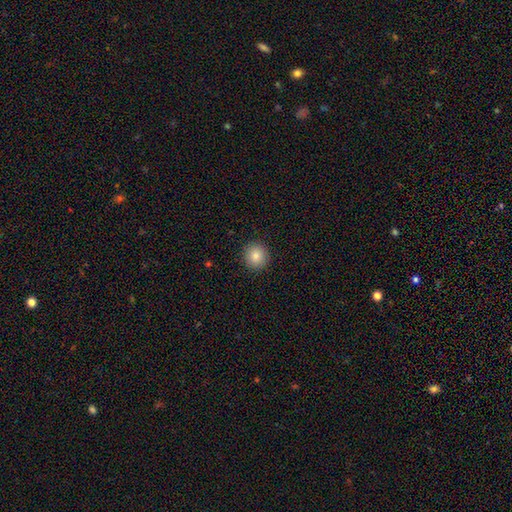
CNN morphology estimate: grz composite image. It shows a smooth galaxy with no disk features (85%) that is round (93%). Merging: none (93%).